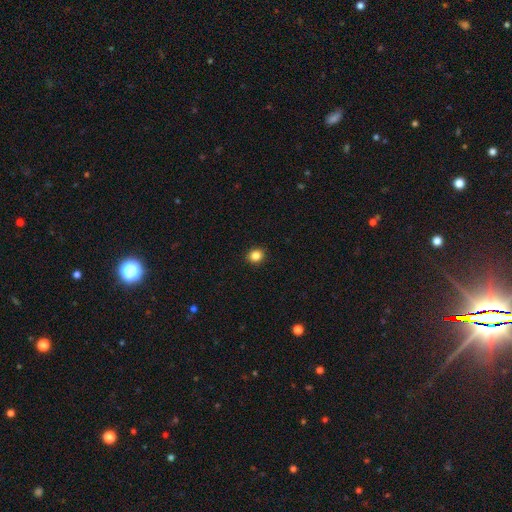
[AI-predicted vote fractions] Smooth or featured?
  - smooth: 85% *
  - star or artifact: 11%
  - featured or disk: 4%
How rounded?
  - round: 75% *
  - in between: 24%
  - cigar-shaped: 1%
Merging?
  - none: 92% *
  - minor disturbance: 5%
  - major disturbance: 2%
  - merger: 1%